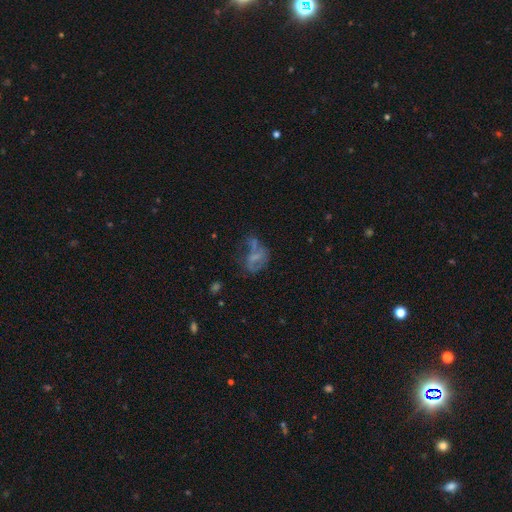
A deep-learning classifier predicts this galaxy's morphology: Smooth or featured: featured or disk — 50% (smooth — 33%)
Edge-on disk: no — 97% (yes — 3%)
Merging: major disturbance — 31% (tied with none — 31%)